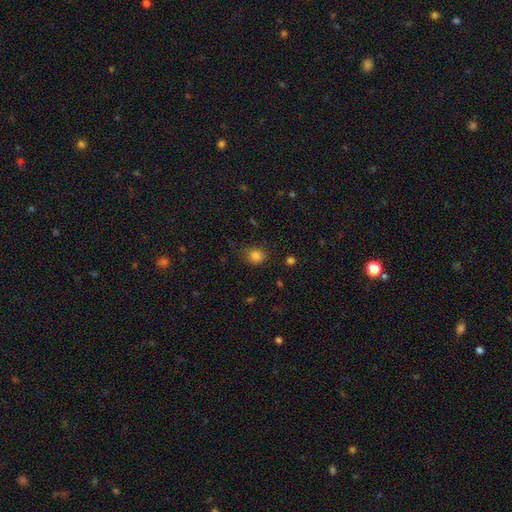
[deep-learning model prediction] smooth_or_featured: smooth (p=0.83) [alt: star or artifact p=0.12]
how_rounded: round (p=0.75) [alt: in between p=0.25]
merging: none (p=0.78) [alt: minor disturbance p=0.16]